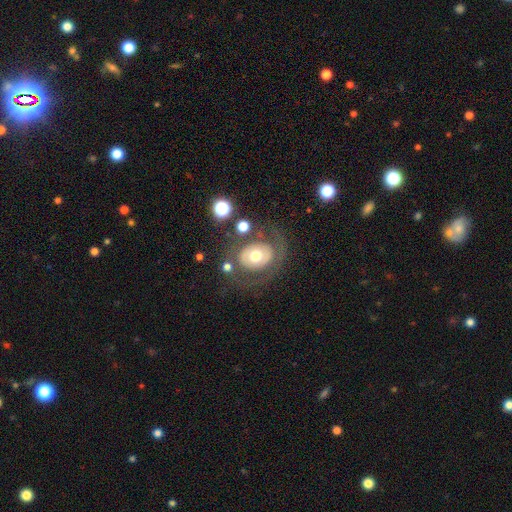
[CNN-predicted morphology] Smooth or featured? featured or disk (47%)
Merging? none (64%)